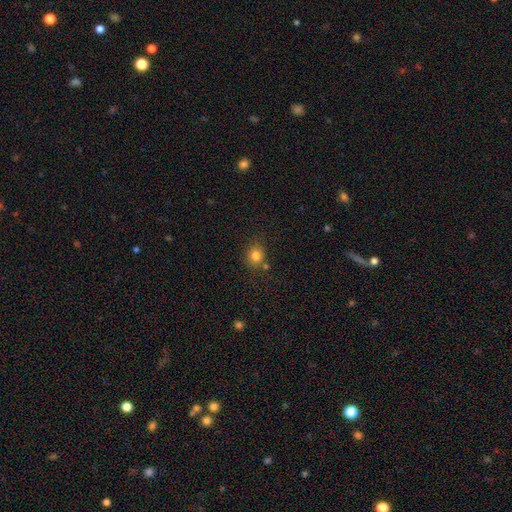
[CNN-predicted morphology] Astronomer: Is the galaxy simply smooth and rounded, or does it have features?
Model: smooth — 81%.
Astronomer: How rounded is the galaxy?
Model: round — 78%.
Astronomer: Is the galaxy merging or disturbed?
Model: none — 73%.